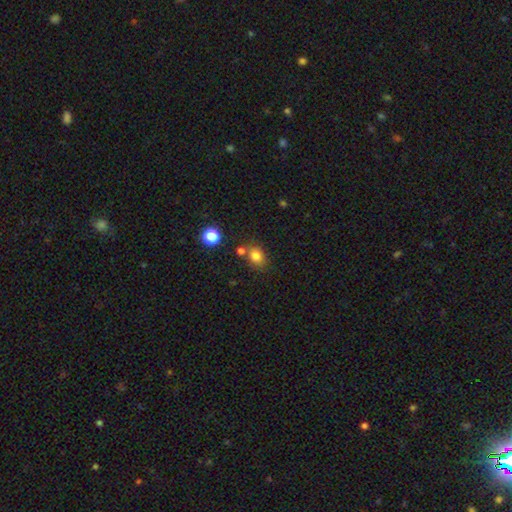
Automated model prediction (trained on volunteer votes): Smooth or featured? smooth (81%)
How rounded? round (51%)
Merging? none (69%)